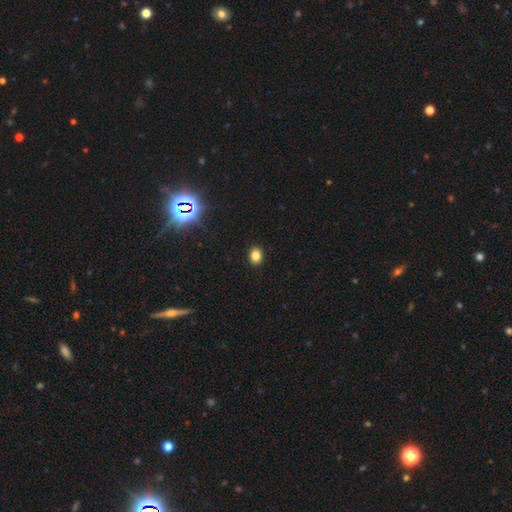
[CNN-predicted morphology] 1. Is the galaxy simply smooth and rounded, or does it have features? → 81% smooth, 14% star or artifact, 5% featured or disk.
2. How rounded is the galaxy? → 50% round, 49% in between, 1% cigar-shaped.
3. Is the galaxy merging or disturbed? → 91% none, 6% minor disturbance, 2% major disturbance, 1% merger.